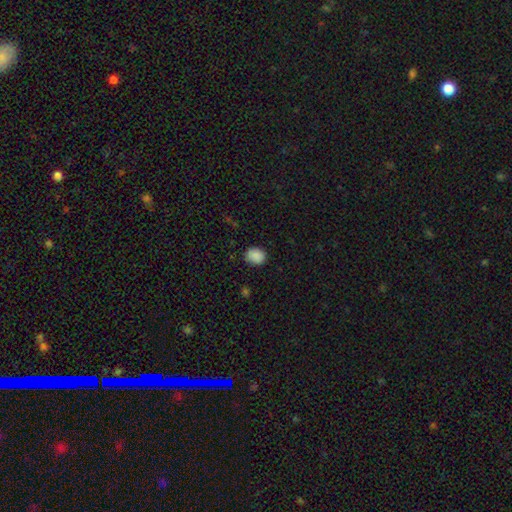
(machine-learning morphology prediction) Q: Smooth or featured?
A: smooth (89%); runner-up: star or artifact (9%)
Q: How rounded?
A: round (62%); runner-up: in between (37%)
Q: Merging?
A: none (85%); runner-up: minor disturbance (11%)